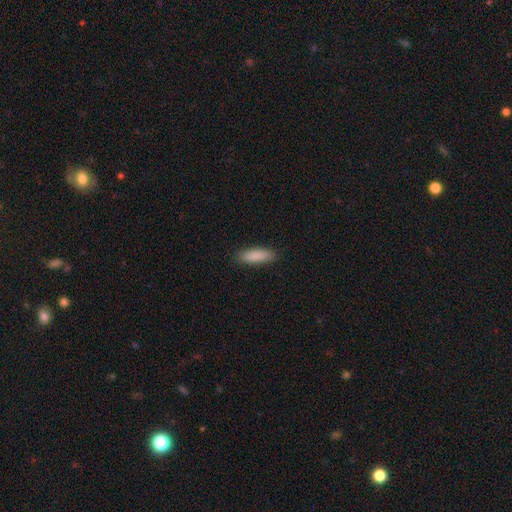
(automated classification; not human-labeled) Q: Smooth or featured?
A: smooth (89%); runner-up: star or artifact (6%)
Q: How rounded?
A: in between (56%); runner-up: cigar-shaped (42%)
Q: Merging?
A: none (87%); runner-up: minor disturbance (10%)